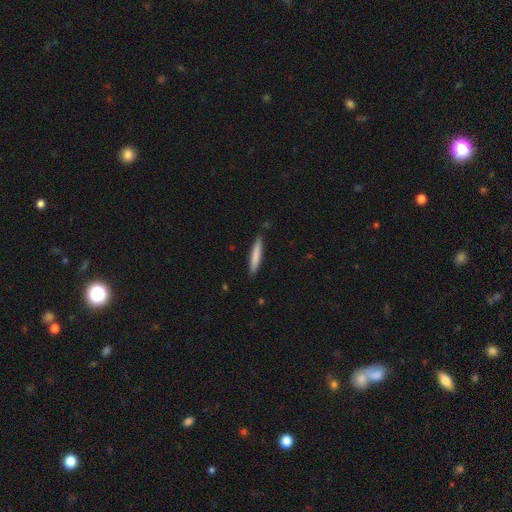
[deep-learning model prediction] smooth 79%, featured or disk 15%, star or artifact 5%. Down the decision tree: how rounded — cigar-shaped (92%); merging — none (88%).